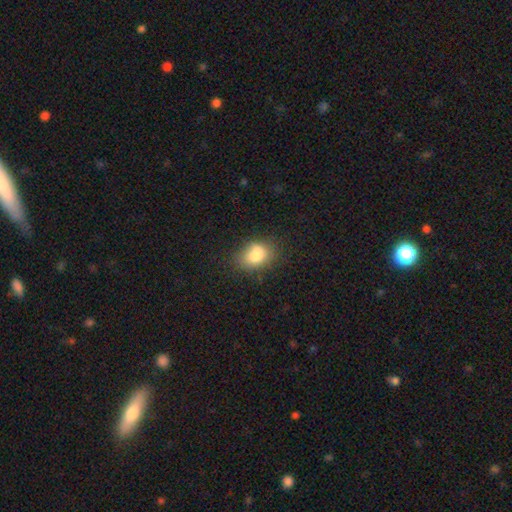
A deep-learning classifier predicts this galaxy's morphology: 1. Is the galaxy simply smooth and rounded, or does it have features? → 77% smooth, 13% featured or disk, 10% star or artifact.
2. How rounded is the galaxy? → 67% in between, 31% round, 1% cigar-shaped.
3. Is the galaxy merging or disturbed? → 54% none, 25% minor disturbance, 12% merger, 9% major disturbance.